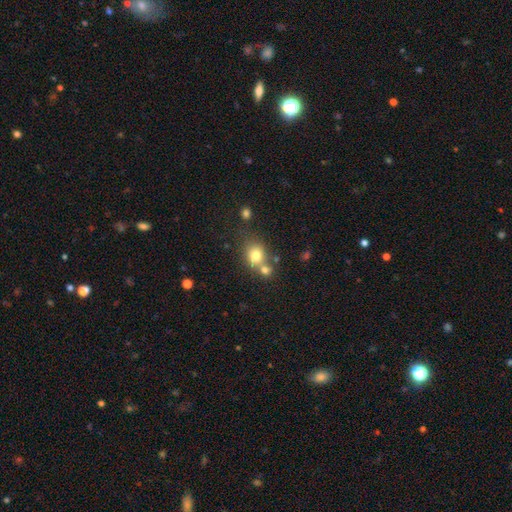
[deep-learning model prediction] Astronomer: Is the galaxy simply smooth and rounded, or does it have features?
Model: smooth — 76%.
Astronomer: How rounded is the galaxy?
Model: round — 66%.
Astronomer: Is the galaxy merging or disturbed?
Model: none — 50% (runner-up: merger, 34%).